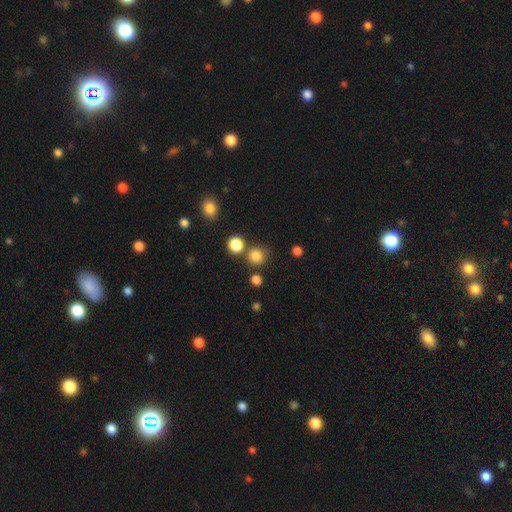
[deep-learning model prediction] Overall: smooth (82%). How rounded: round (89%). Merging: none (73%).